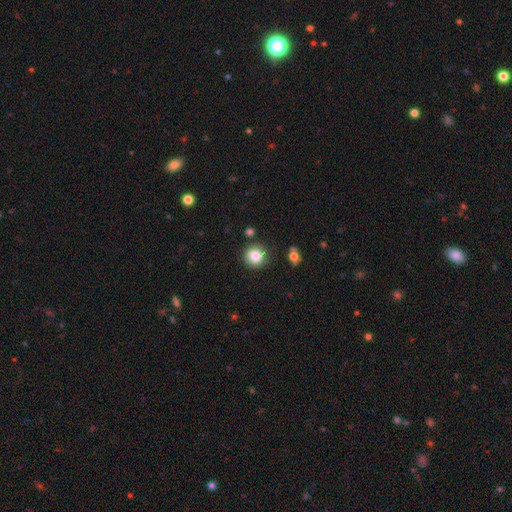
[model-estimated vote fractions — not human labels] This is clearly a smooth galaxy (83%). How rounded: clearly round (90%). Merging: clearly none (85%).